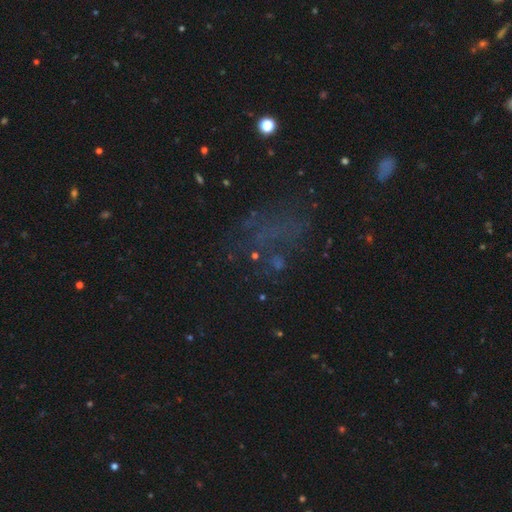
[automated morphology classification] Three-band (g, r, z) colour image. It shows a star or artifact, not a galaxy (42%).